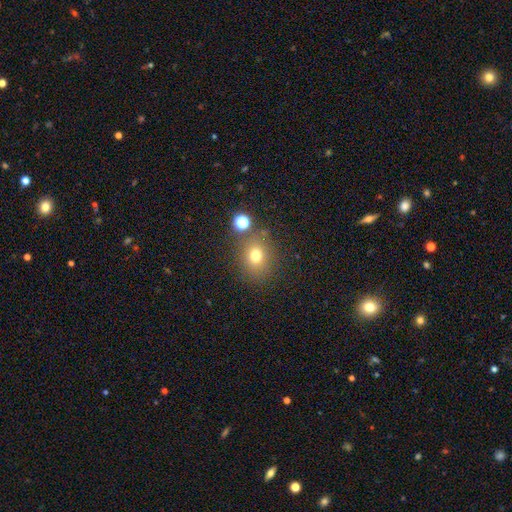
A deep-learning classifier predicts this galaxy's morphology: Smooth or featured? smooth (72%)
How rounded? round (71%)
Merging? none (77%)